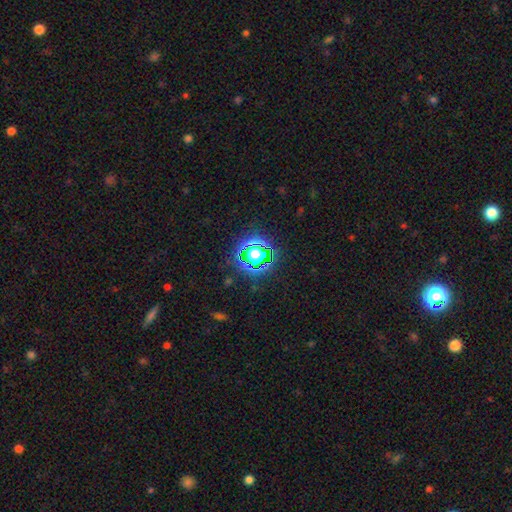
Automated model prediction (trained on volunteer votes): Smooth or featured? star or artifact (60%)